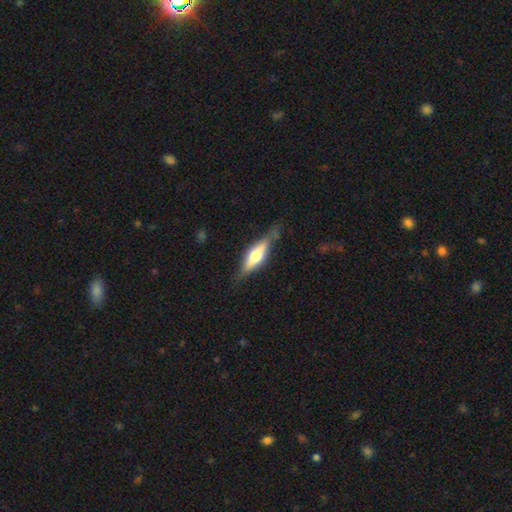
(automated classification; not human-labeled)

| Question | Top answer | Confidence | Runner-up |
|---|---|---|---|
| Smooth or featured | featured or disk | 58% | smooth (36%) |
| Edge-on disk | yes | 92% | no (8%) |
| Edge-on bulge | rounded | 88% | boxy (9%) |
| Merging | none | 73% | minor disturbance (19%) |